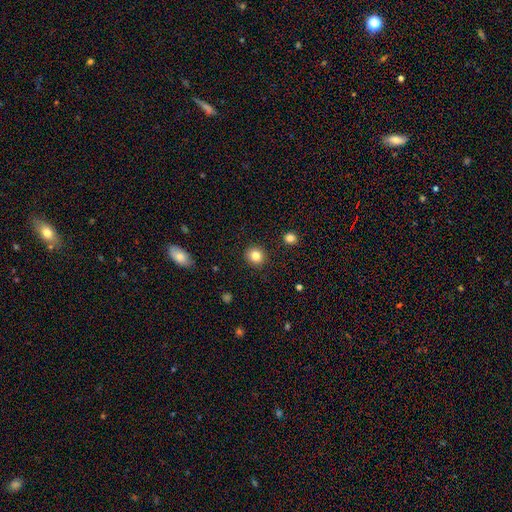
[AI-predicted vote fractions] A smooth galaxy with no disk features (83%) that is round (89%).

Vote fractions:
- Smooth or featured? smooth: 83% / star or artifact: 11% / featured or disk: 6%
- How rounded? round: 89% / in between: 10% / cigar-shaped: 1%
- Merging? none: 91% / minor disturbance: 6% / major disturbance: 2% / merger: 1%